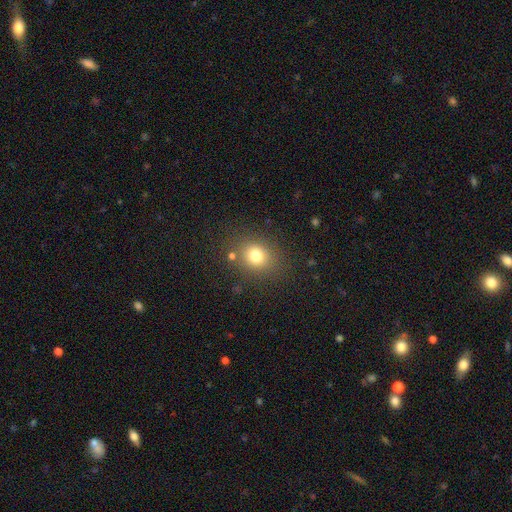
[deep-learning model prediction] smooth-or-featured: smooth: 77% | star or artifact: 14% | featured or disk: 9%
  how-rounded: round: 62% | in between: 37% | cigar-shaped: 1%
  merging: none: 80% | minor disturbance: 11% | merger: 5% | major disturbance: 4%